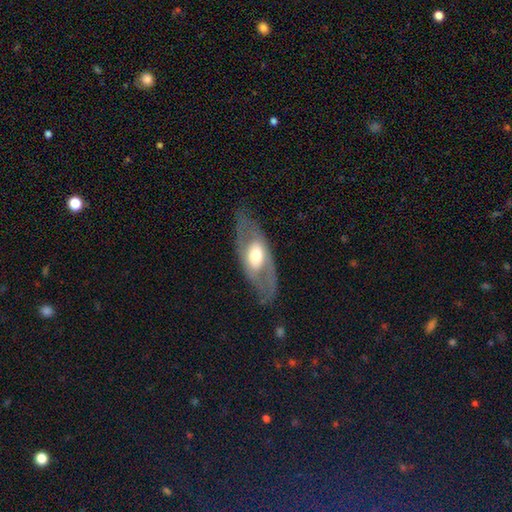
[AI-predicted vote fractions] Smooth or featured? featured or disk (64%)
Edge-on disk? no (82%)
Bar? no (62%)
Spiral arms? no (52%)
Bulge size? moderate (61%)
Merging? none (73%)